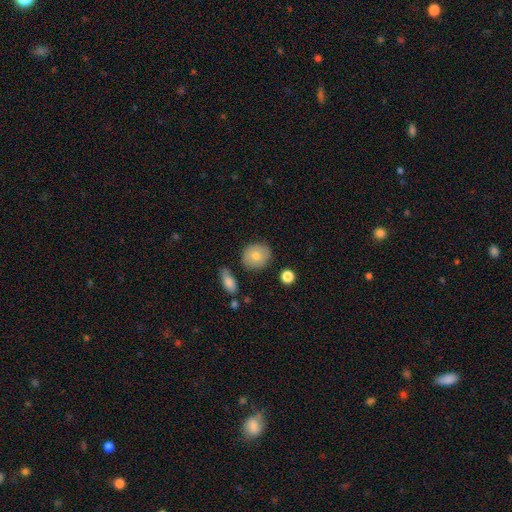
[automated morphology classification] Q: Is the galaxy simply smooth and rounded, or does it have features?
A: smooth — 75%.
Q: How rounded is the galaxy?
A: round — 78%.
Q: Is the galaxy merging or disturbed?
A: none — 80%.